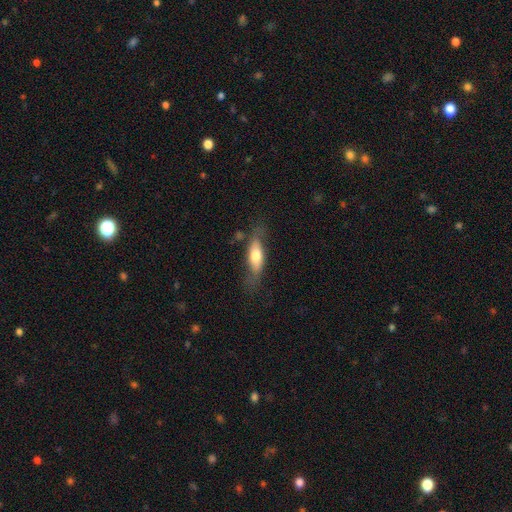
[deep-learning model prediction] This appears to be a smooth galaxy with no disk features (59%) that is in between round and cigar-shaped (61%). Merging: none (64%).